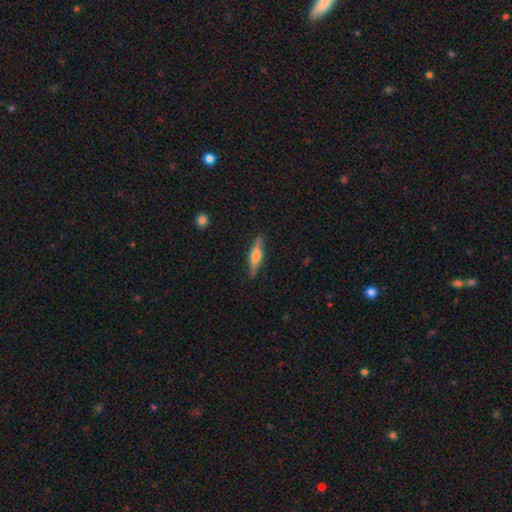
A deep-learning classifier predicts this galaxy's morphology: smooth_or_featured: featured or disk (p=0.58) [alt: smooth p=0.36]
disk_edge_on: yes (p=0.96) [alt: no p=0.04]
edge_on_bulge: rounded (p=0.84) [alt: boxy p=0.11]
merging: none (p=0.89) [alt: minor disturbance p=0.08]